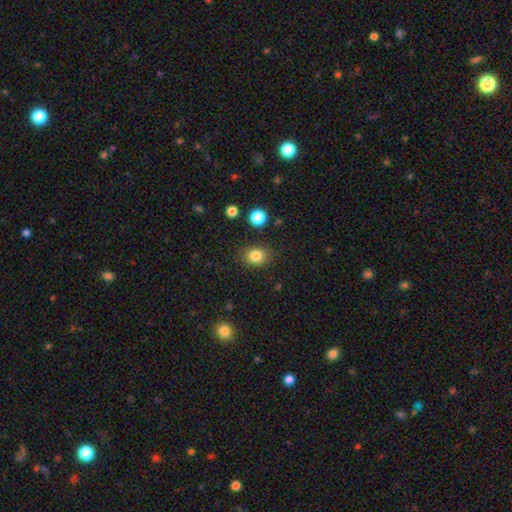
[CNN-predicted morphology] The model was most divided on "how rounded": round: 56%, in between: 43%, cigar-shaped: 1%. More confident: merging — none (84%); smooth or featured — smooth (83%).